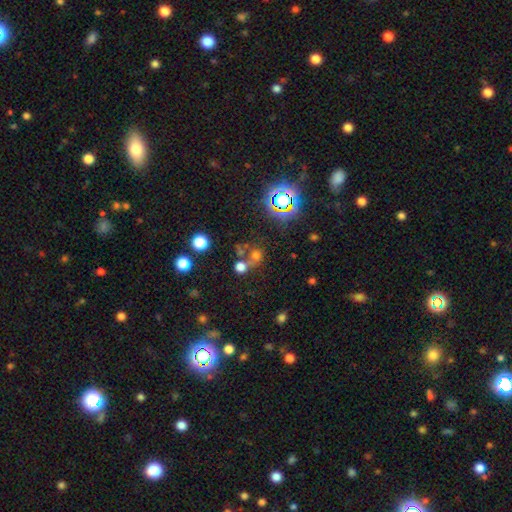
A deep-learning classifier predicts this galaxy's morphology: smooth-or-featured: smooth: 56% | star or artifact: 33% | featured or disk: 11%
  how-rounded: round: 85% | in between: 14% | cigar-shaped: 1%
  merging: none: 47% | merger: 38% | minor disturbance: 8% | major disturbance: 7%